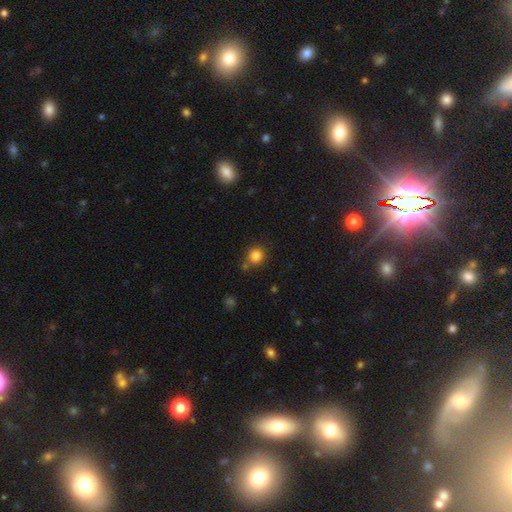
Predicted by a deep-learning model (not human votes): Smooth or featured?
  - smooth: 84% *
  - star or artifact: 11%
  - featured or disk: 5%
How rounded?
  - round: 89% *
  - in between: 10%
  - cigar-shaped: 1%
Merging?
  - none: 78% *
  - minor disturbance: 10%
  - merger: 9%
  - major disturbance: 3%